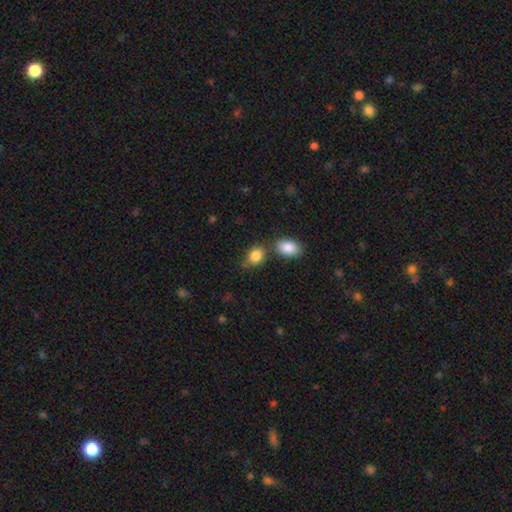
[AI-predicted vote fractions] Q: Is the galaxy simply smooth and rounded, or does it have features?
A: smooth — 86%.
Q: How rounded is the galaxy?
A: in between — 58%.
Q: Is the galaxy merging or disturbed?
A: none — 55%.